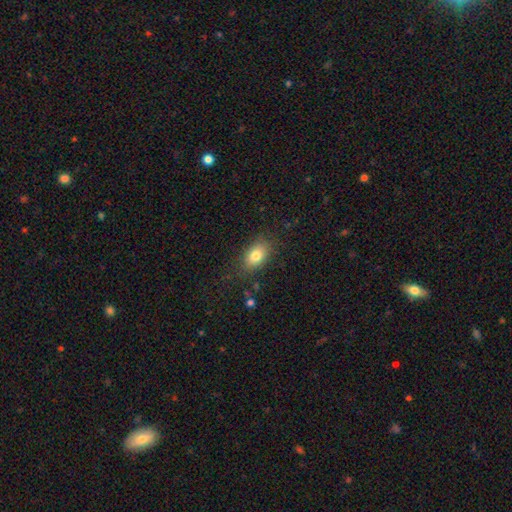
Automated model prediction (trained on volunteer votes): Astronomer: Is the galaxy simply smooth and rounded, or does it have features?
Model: smooth — 80%.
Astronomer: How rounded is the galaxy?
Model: in between — 86%.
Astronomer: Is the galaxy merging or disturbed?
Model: none — 81%.